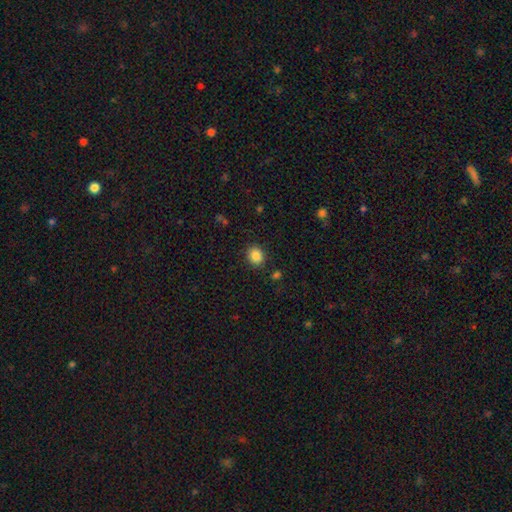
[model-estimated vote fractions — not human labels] This is clearly a smooth galaxy (86%). How rounded: likely round (63%). Merging: clearly none (87%).